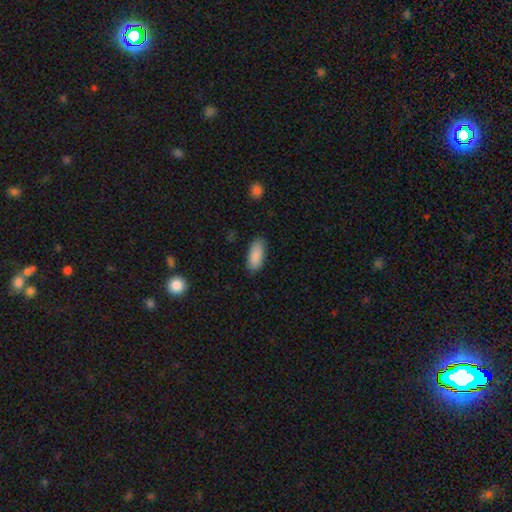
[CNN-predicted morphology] Smooth or featured?
  - smooth: 89% *
  - star or artifact: 6%
  - featured or disk: 4%
How rounded?
  - in between: 86% *
  - cigar-shaped: 12%
  - round: 2%
Merging?
  - none: 85% *
  - minor disturbance: 11%
  - major disturbance: 2%
  - merger: 1%